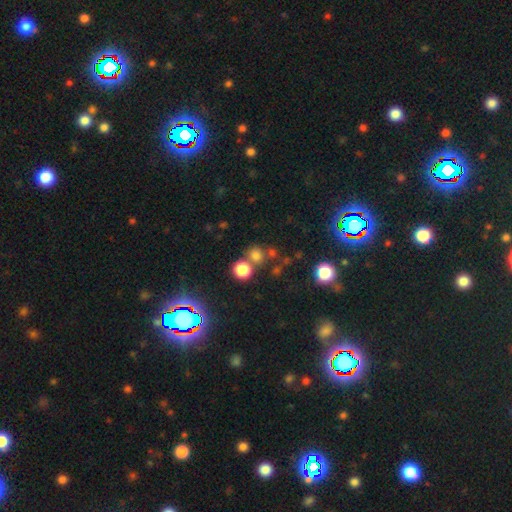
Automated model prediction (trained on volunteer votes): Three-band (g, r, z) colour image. It shows a smooth galaxy with no disk features (72%) that is round (83%). Merging: none (58%).